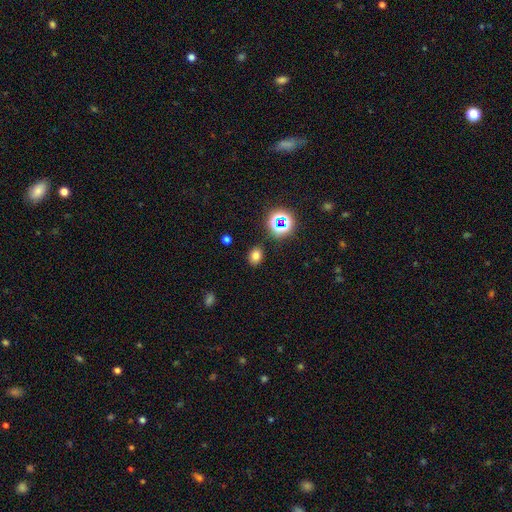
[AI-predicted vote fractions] Q: Smooth or featured?
A: smooth (74%); runner-up: star or artifact (19%)
Q: How rounded?
A: in between (56%); runner-up: round (43%)
Q: Merging?
A: none (86%); runner-up: minor disturbance (9%)